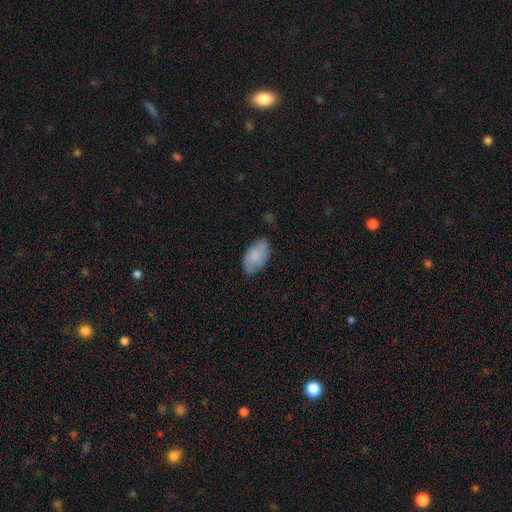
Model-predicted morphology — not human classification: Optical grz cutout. It shows a smooth galaxy with no disk features (80%) that is in between round and cigar-shaped (94%). Merging: none (76%).